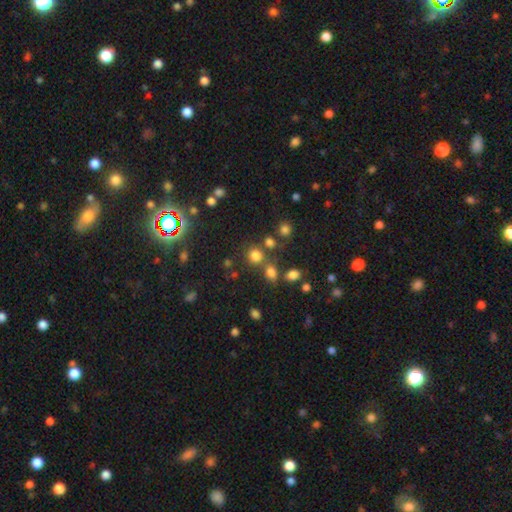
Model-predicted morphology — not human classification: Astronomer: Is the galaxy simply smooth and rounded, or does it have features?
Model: smooth — 76%.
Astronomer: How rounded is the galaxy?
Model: round — 85%.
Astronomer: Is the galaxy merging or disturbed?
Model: none — 67%.